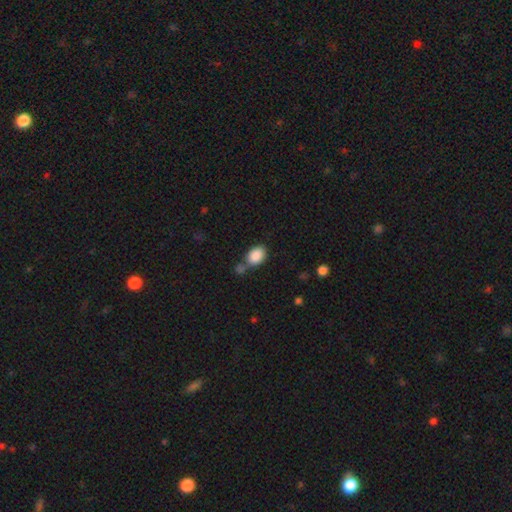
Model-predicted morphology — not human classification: The model was most divided on "merging": none: 59%, merger: 21%, minor disturbance: 15%, major disturbance: 5%. More confident: smooth or featured — smooth (88%); how rounded — in between (82%).